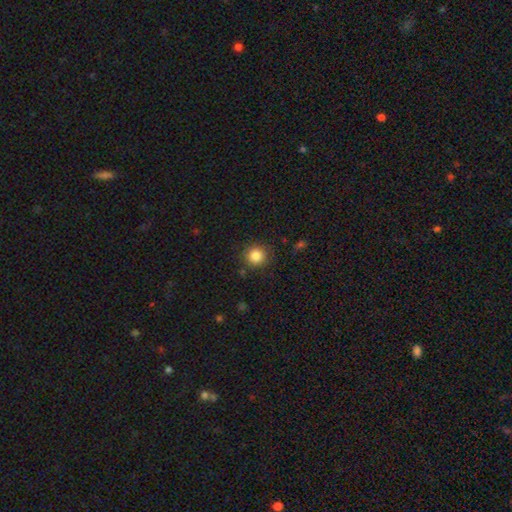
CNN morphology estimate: Smooth or featured: smooth — 85% (star or artifact — 10%)
How rounded: round — 93% (in between — 6%)
Merging: none — 87% (minor disturbance — 9%)